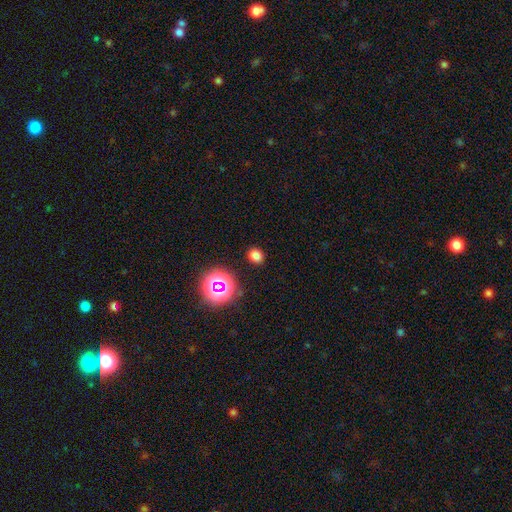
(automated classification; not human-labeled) This appears to be a smooth galaxy with no disk features (74%) that is round (50%). Merging: none (88%).